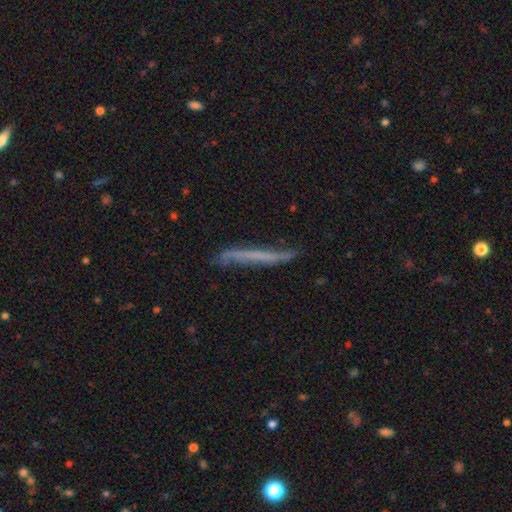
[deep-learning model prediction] This is possibly a featured or disk galaxy (51%). It is clearly viewed edge-on (82%). Merging: likely none (70%).